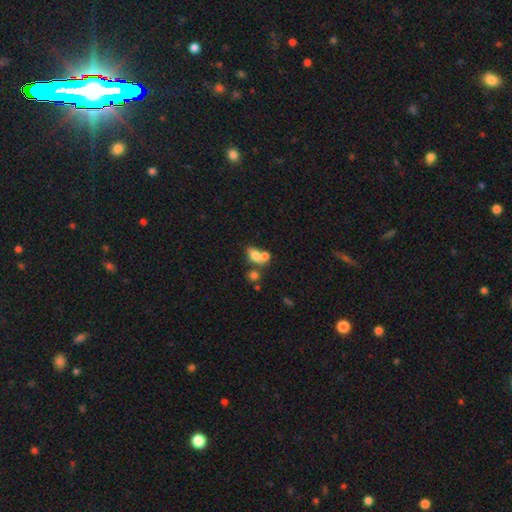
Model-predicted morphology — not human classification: The model was most divided on "merging": merger: 53%, none: 30%, minor disturbance: 10%, major disturbance: 7%. More confident: how rounded — in between (77%); smooth or featured — smooth (72%).